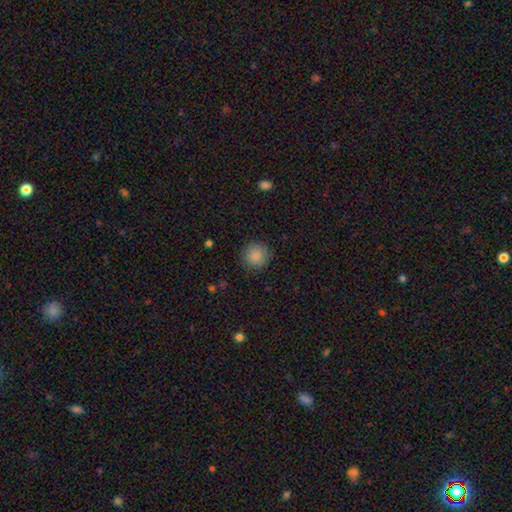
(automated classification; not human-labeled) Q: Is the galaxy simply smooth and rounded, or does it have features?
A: smooth — 87%.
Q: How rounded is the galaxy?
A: round — 94%.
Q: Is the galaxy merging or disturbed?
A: none — 89%.